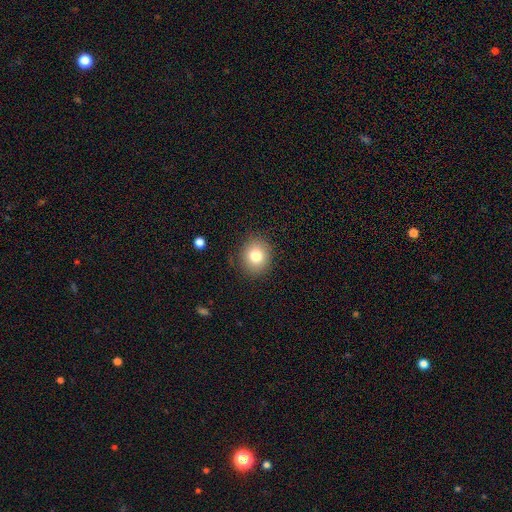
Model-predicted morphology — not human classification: Smooth or featured?
  - smooth: 80% *
  - star or artifact: 11%
  - featured or disk: 9%
How rounded?
  - round: 76% *
  - in between: 23%
  - cigar-shaped: 1%
Merging?
  - none: 86% *
  - minor disturbance: 10%
  - major disturbance: 3%
  - merger: 1%